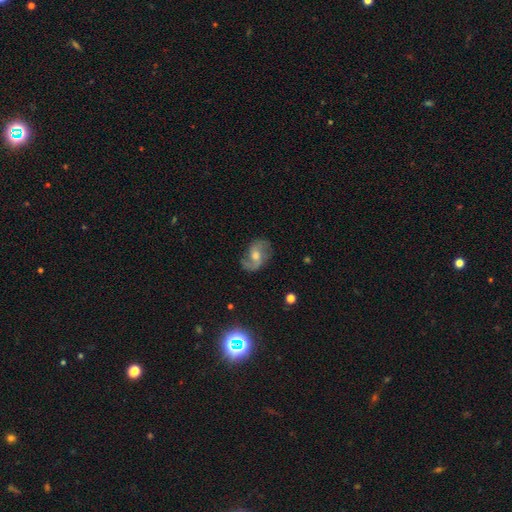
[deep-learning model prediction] This appears to be a featured or disk galaxy (78%) with a weak bar (45%, tied with no), 2 (84%) loose (44%, tied with medium) spiral arms (93%) and a moderate central bulge (62%). Merging: none (69%).